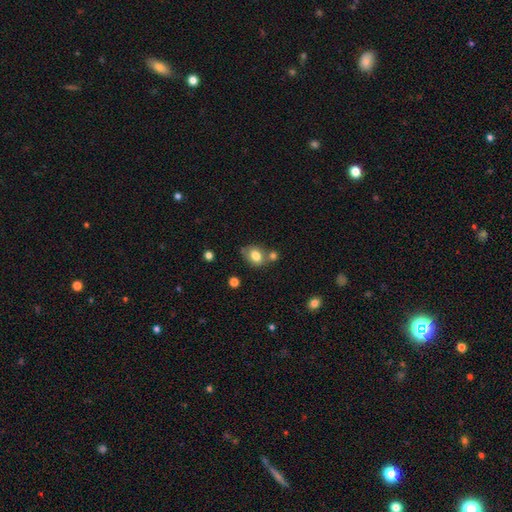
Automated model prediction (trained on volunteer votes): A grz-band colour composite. It shows a smooth galaxy with no disk features (78%) that is in between round and cigar-shaped (69%). Merging: none (52%).